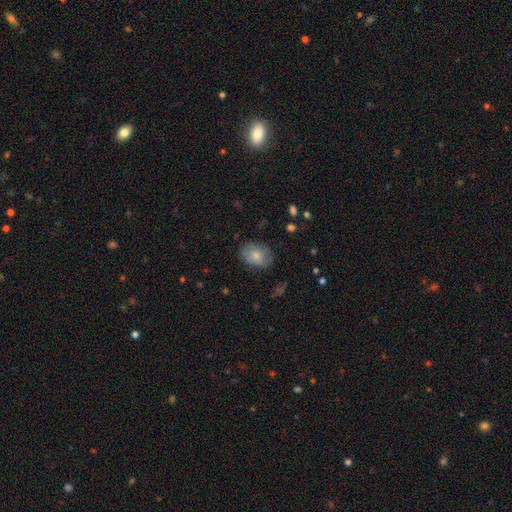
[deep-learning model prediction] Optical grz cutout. It shows a smooth galaxy with no disk features (76%) that is in between round and cigar-shaped (70%). Merging: none (74%).